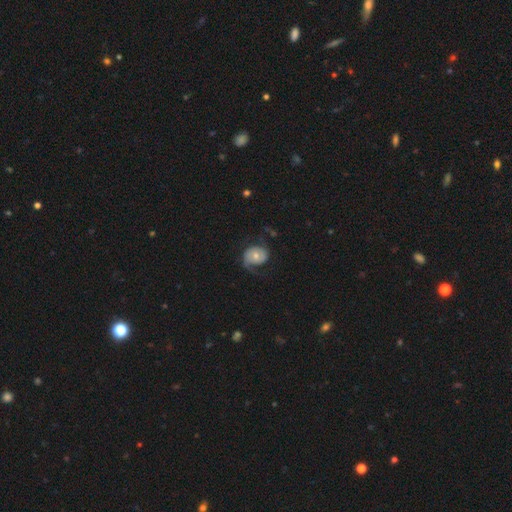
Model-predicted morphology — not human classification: type=featured or disk (65%); edge-on=no (97%); bar=no (71%); spiral arms=yes (87%); winding=loose (38%); arm count=2 (65%); bulge=moderate (49%); merging=none (53%).